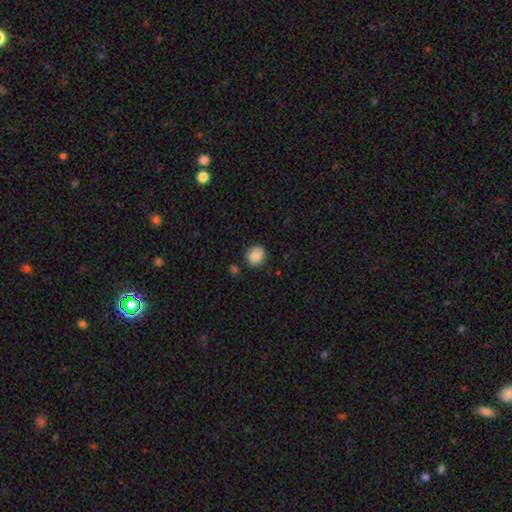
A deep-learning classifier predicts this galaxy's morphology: type=smooth (87%); roundness=round (81%); merging=none (81%).